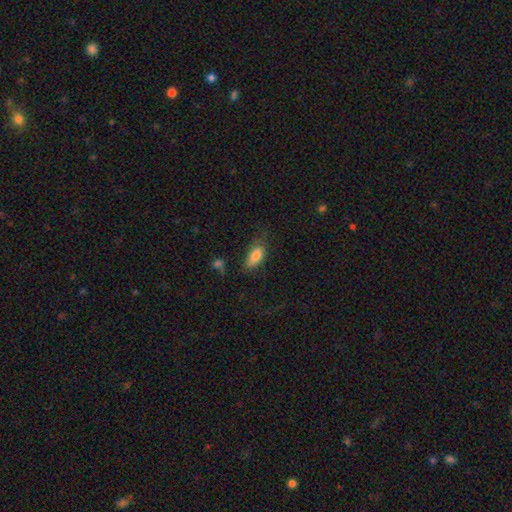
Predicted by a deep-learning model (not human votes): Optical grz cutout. It shows a smooth galaxy with no disk features (81%) that is in between round and cigar-shaped (87%). Merging: none (67%).